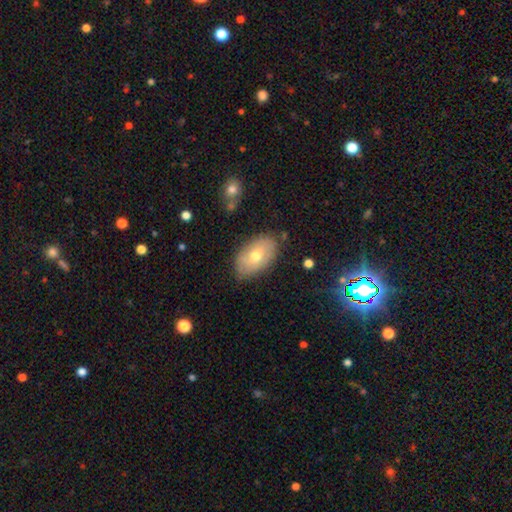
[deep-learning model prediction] smooth 65%, featured or disk 29%, star or artifact 7%. Down the decision tree: how rounded — in between (92%); merging — none (80%).